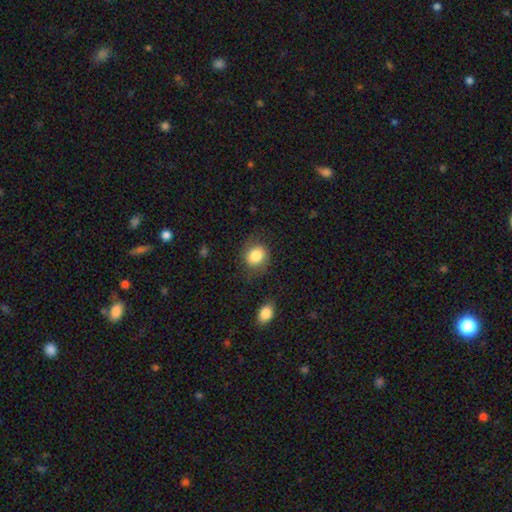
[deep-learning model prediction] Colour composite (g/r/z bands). It shows a smooth galaxy with no disk features (79%) that is round (68%). Merging: none (71%).